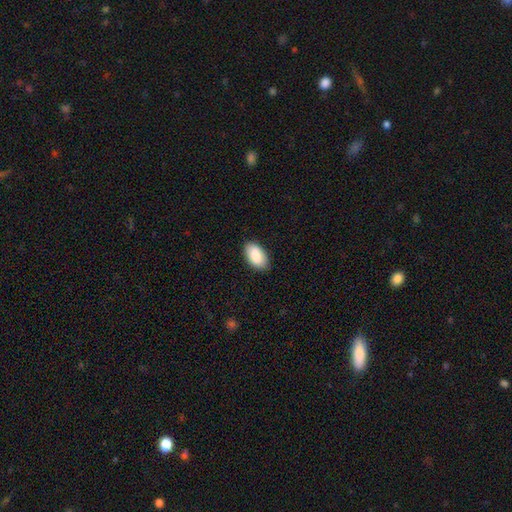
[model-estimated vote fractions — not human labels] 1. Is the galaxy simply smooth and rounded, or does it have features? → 89% smooth, 6% star or artifact, 5% featured or disk.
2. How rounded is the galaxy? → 95% in between, 3% round, 2% cigar-shaped.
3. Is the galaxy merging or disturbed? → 86% none, 11% minor disturbance, 2% major disturbance, 1% merger.